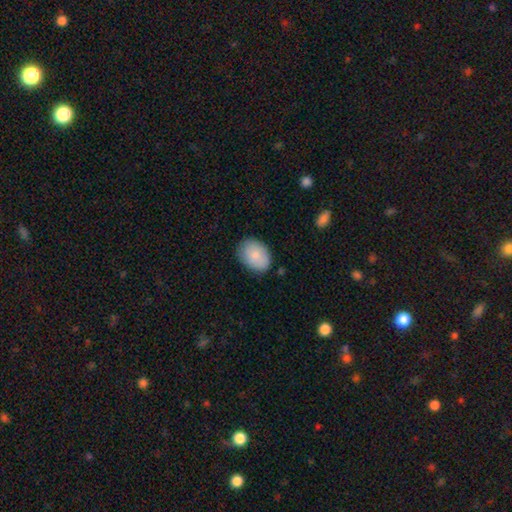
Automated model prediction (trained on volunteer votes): A smooth galaxy with no disk features (86%) that is in between round and cigar-shaped (79%).

Vote fractions:
- Smooth or featured? smooth: 86% / featured or disk: 7% / star or artifact: 6%
- How rounded? in between: 79% / round: 20% / cigar-shaped: 1%
- Merging? none: 81% / minor disturbance: 15% / major disturbance: 3% / merger: 1%